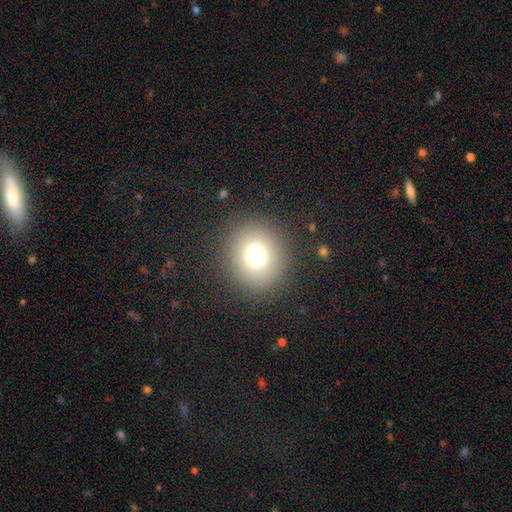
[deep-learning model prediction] Overall: smooth (70%). How rounded: round (88%). Merging: none (88%).